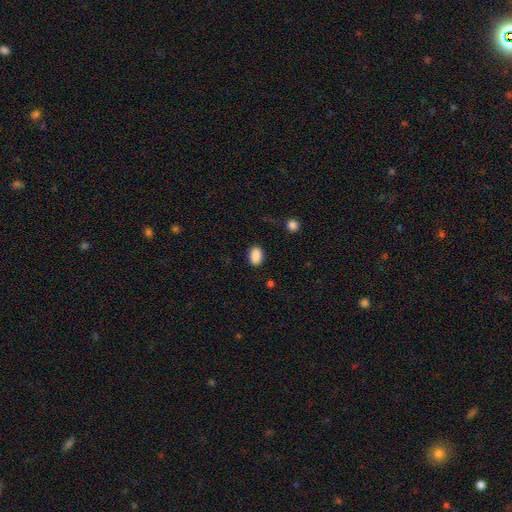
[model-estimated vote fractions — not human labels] This appears to be a smooth galaxy with no disk features (89%) that is in between round and cigar-shaped (82%). Merging: none (86%).